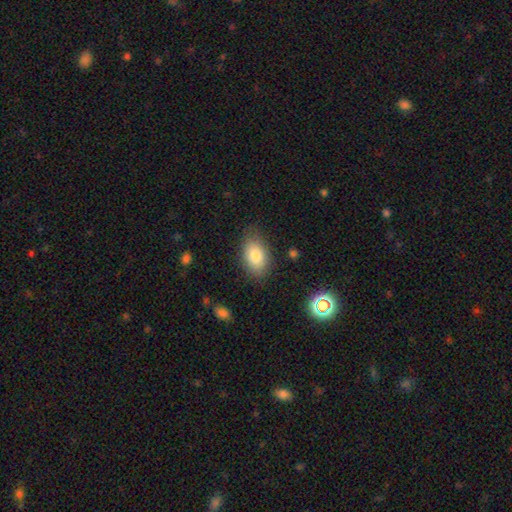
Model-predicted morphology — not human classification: A smooth galaxy with no disk features (81%) that is in between round and cigar-shaped (90%).

Vote fractions:
- Smooth or featured? smooth: 81% / featured or disk: 11% / star or artifact: 8%
- How rounded? in between: 90% / round: 9% / cigar-shaped: 2%
- Merging? none: 79% / minor disturbance: 16% / major disturbance: 4% / merger: 2%